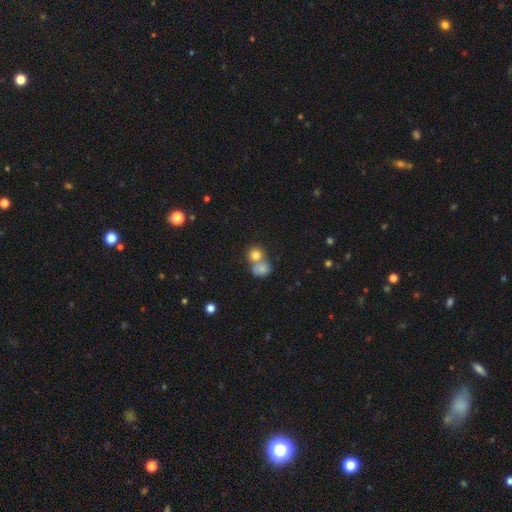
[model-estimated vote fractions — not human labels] Q: Smooth or featured?
A: smooth (79%); runner-up: star or artifact (11%)
Q: How rounded?
A: round (84%); runner-up: in between (15%)
Q: Merging?
A: merger (48%); runner-up: none (42%)